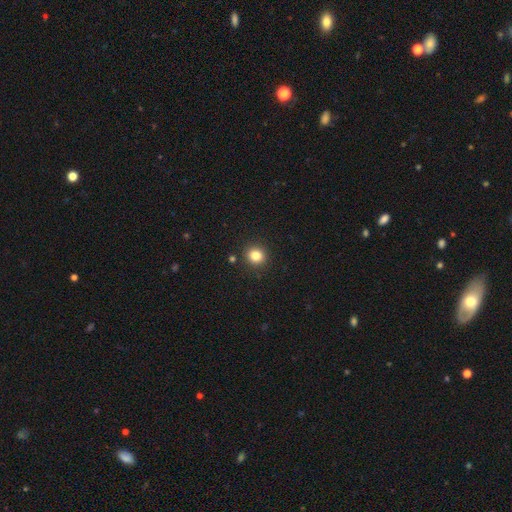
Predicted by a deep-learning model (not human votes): Smooth or featured: smooth — 83% (star or artifact — 12%)
How rounded: round — 86% (in between — 13%)
Merging: none — 90% (minor disturbance — 6%)